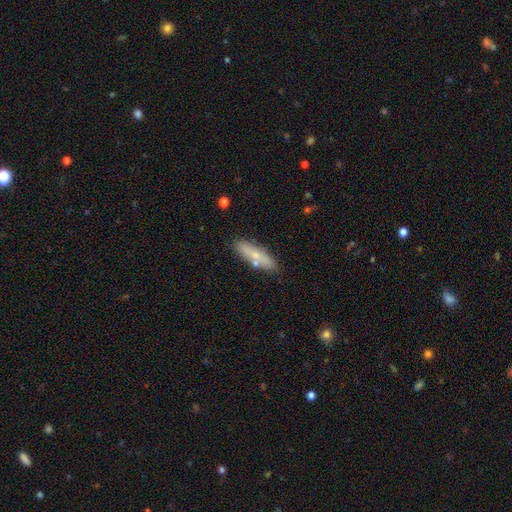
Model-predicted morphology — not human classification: Smooth or featured? smooth (61%)
How rounded? cigar-shaped (68%)
Merging? none (79%)